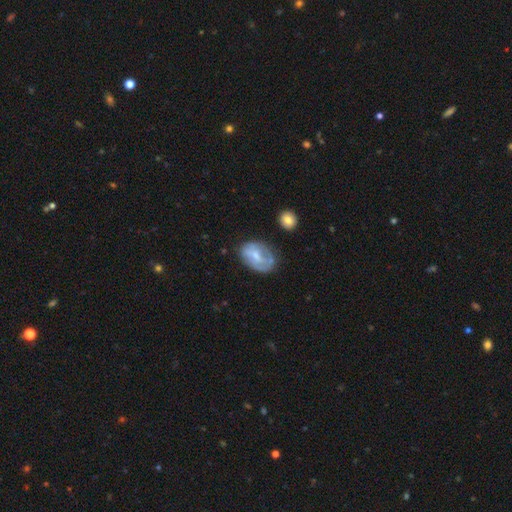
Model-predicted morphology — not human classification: Smooth or featured: featured or disk — 48% (smooth — 45%)
Merging: none — 55% (minor disturbance — 29%)